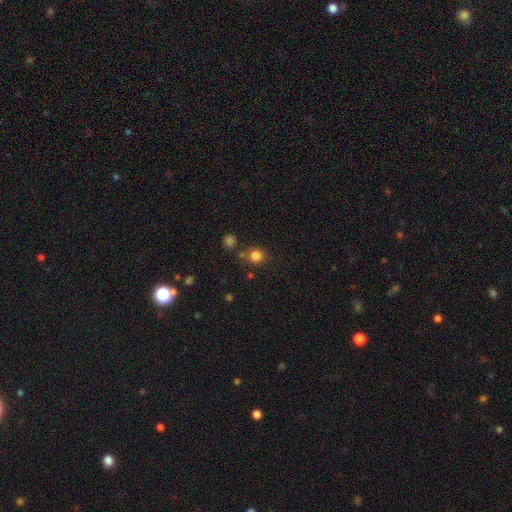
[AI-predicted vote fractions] A smooth galaxy with no disk features (81%) that is round (91%).

Vote fractions:
- Smooth or featured? smooth: 81% / star or artifact: 14% / featured or disk: 5%
- How rounded? round: 91% / in between: 8% / cigar-shaped: 1%
- Merging? none: 75% / merger: 12% / minor disturbance: 9% / major disturbance: 4%